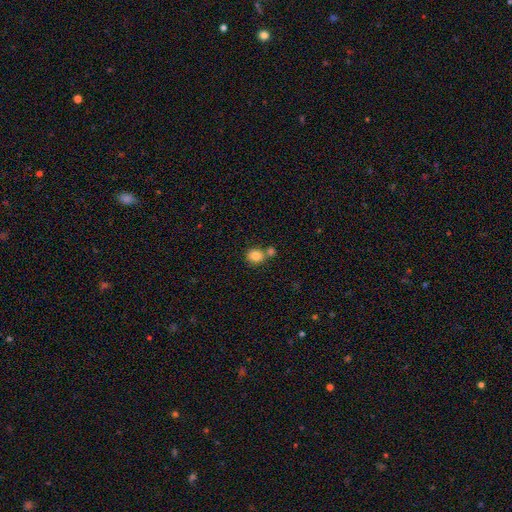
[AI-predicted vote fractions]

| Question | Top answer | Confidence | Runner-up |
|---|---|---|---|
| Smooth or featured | smooth | 84% | star or artifact (10%) |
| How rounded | round | 76% | in between (23%) |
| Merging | none | 58% | merger (30%) |